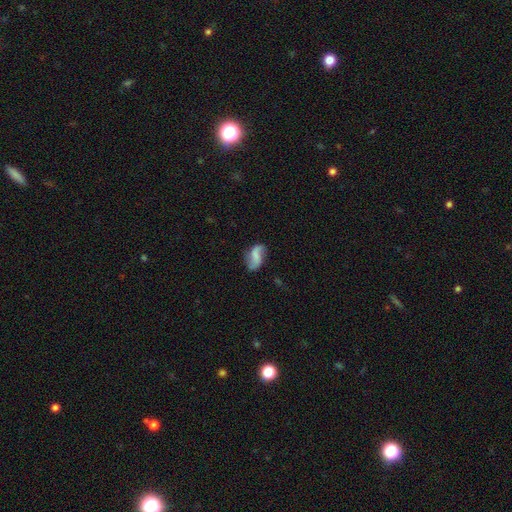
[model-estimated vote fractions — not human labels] Morphology: type=featured or disk (59%); edge-on=no (97%); bar=weak (41%); spiral arms=yes (90%); winding=loose (73%); arm count=2 (88%); bulge=none (52%); merging=none (67%).